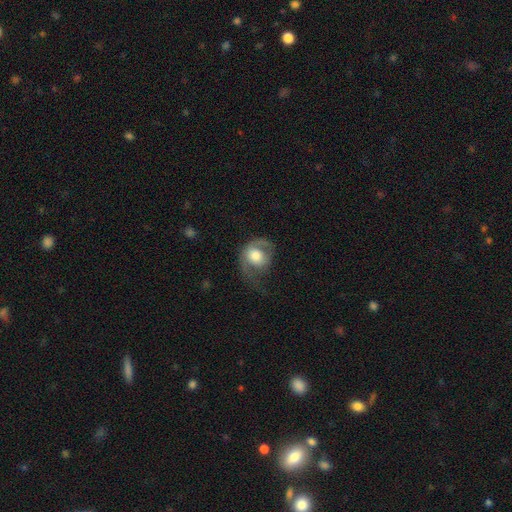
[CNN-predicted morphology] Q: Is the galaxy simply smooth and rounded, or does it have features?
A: smooth — 49%.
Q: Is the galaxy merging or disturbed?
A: major disturbance — 48%.